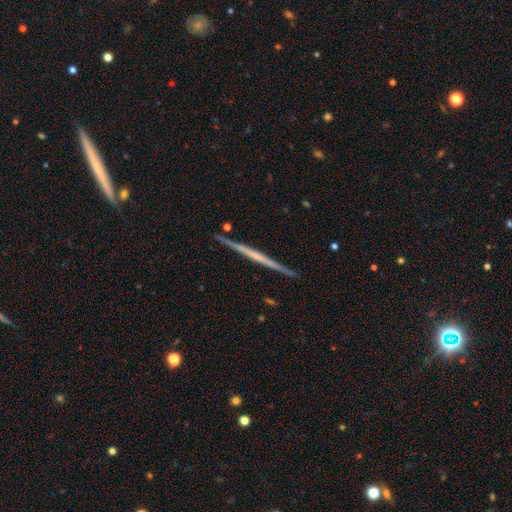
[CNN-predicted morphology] type=featured or disk (69%); edge-on=yes (98%); edge-on bulge=none (82%); merging=none (91%).